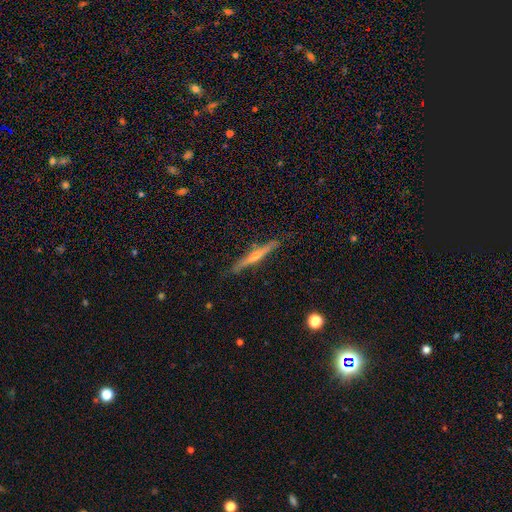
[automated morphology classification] A featured or disk galaxy (73%) viewed edge-on (98%) with a rounded central bulge (79%). Merging: none (89%).